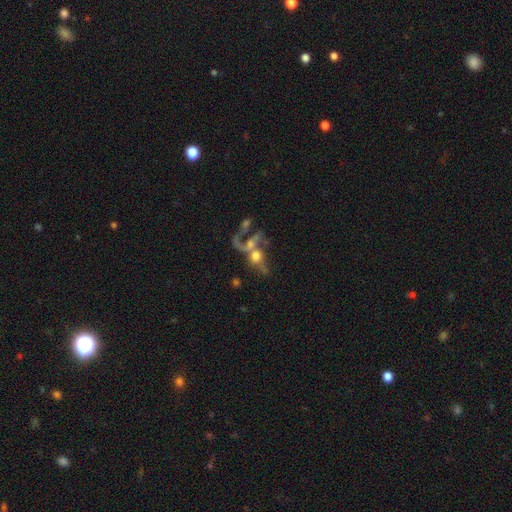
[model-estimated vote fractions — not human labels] featured or disk 57%, smooth 31%, star or artifact 13%. Down the decision tree: edge-on disk — no (93%); bar — no (78%); spiral arms — no (57%); bulge size — moderate (39%); merging — merger (54%).